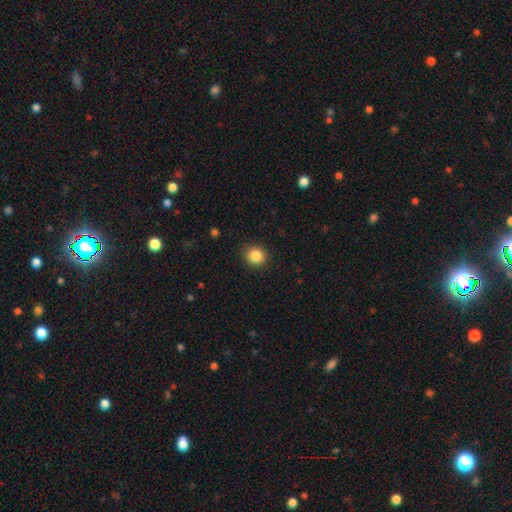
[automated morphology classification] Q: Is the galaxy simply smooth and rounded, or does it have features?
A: smooth — 86%.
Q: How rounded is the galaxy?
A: round — 85%.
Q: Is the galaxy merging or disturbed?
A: none — 90%.